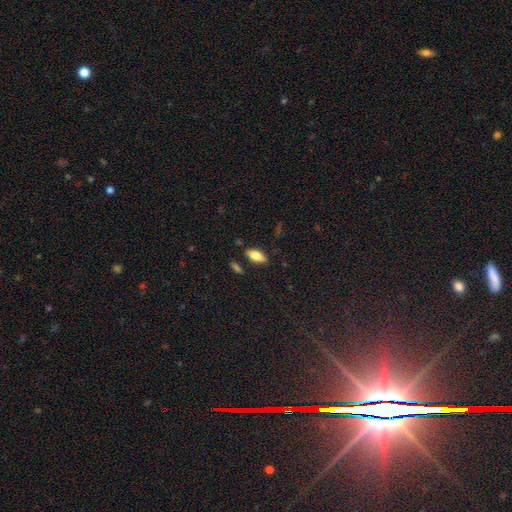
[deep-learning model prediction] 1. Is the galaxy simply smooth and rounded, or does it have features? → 74% smooth, 19% featured or disk, 7% star or artifact.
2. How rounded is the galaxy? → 86% in between, 11% cigar-shaped, 3% round.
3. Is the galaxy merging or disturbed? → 84% none, 11% minor disturbance, 3% merger, 2% major disturbance.